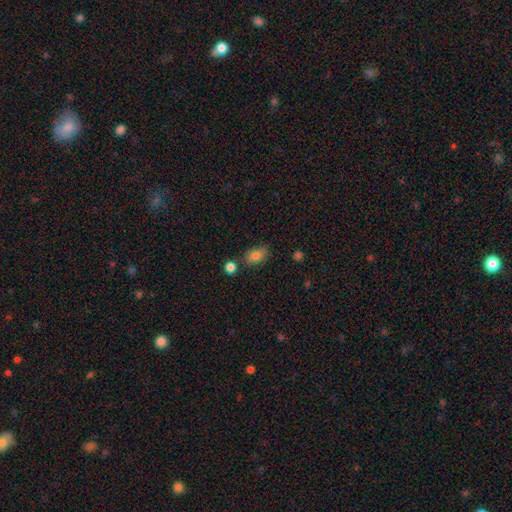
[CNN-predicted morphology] smooth-or-featured: smooth: 82% | star or artifact: 9% | featured or disk: 9%
  how-rounded: in between: 82% | round: 16% | cigar-shaped: 2%
  merging: none: 75% | minor disturbance: 15% | merger: 7% | major disturbance: 3%